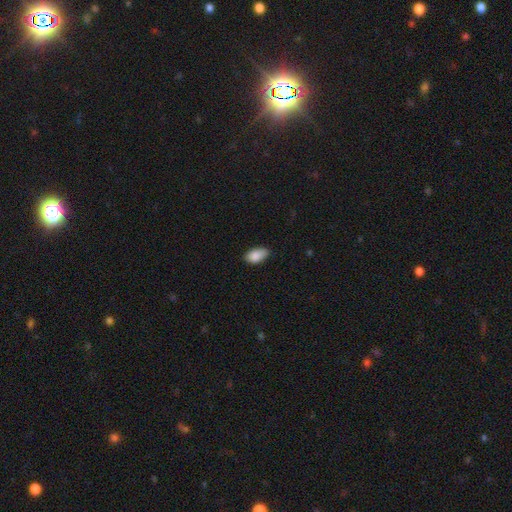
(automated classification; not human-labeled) Morphology: type=smooth (87%); roundness=in between (94%); merging=none (72%).